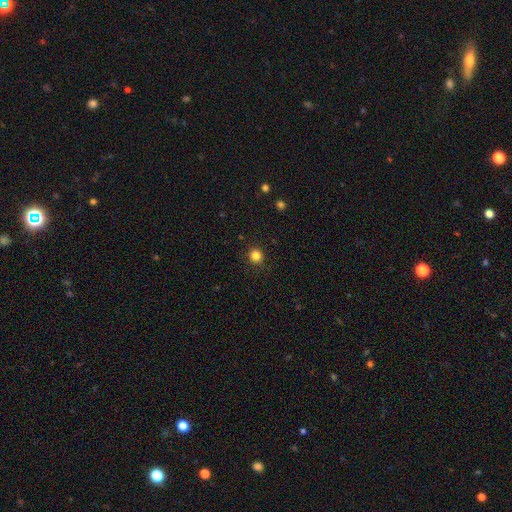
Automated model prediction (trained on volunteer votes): The model was most divided on "smooth or featured": smooth: 84%, star or artifact: 12%, featured or disk: 4%. More confident: how rounded — round (92%); merging — none (90%).